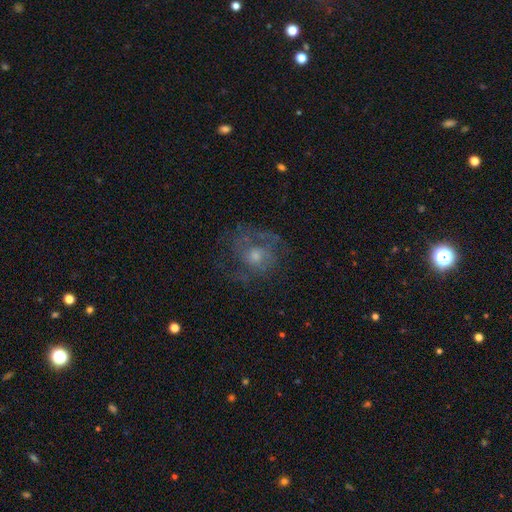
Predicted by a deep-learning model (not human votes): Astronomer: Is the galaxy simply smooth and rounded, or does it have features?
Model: featured or disk — 66%.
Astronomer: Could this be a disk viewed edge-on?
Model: no — 97%.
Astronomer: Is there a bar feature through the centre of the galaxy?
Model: no — 79%.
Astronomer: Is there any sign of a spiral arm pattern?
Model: yes — 76%.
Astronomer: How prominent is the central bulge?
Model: moderate — 49% (runner-up: small, 41%).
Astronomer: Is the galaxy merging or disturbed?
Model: none — 59%.